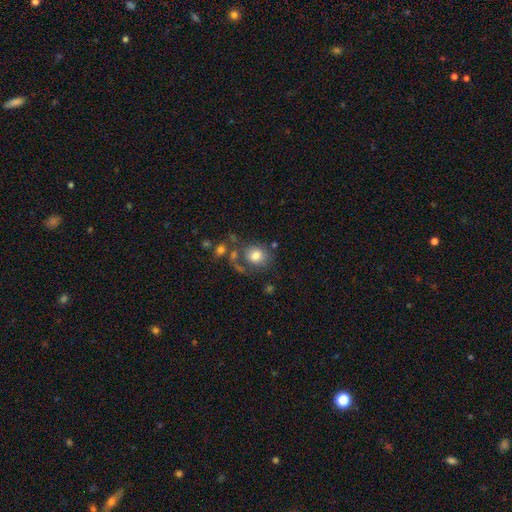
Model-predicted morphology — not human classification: Smooth or featured? Predicted: smooth (p=0.76). How rounded? Predicted: round (p=0.69). Merging? Predicted: none (p=0.56).